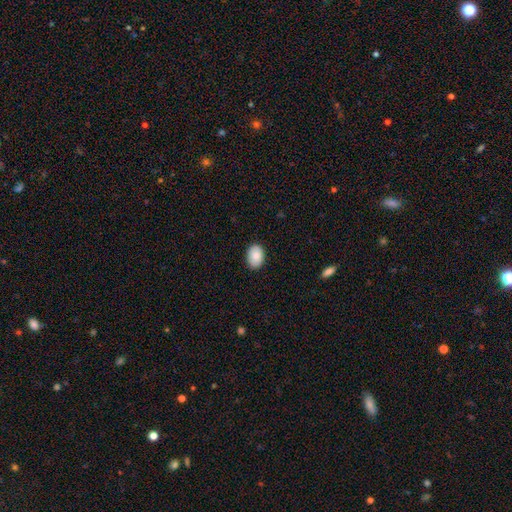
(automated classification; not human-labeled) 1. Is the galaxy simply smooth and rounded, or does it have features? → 87% smooth, 7% star or artifact, 6% featured or disk.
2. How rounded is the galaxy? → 83% in between, 16% round, 1% cigar-shaped.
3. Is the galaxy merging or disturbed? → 88% none, 9% minor disturbance, 2% major disturbance, 1% merger.